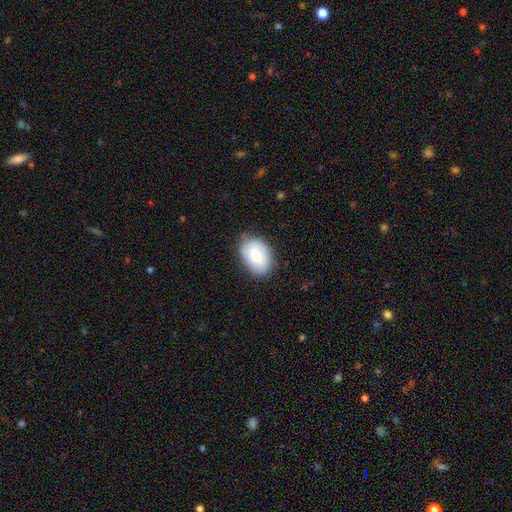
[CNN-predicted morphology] Smooth or featured? smooth (72%)
How rounded? in between (84%)
Merging? none (74%)